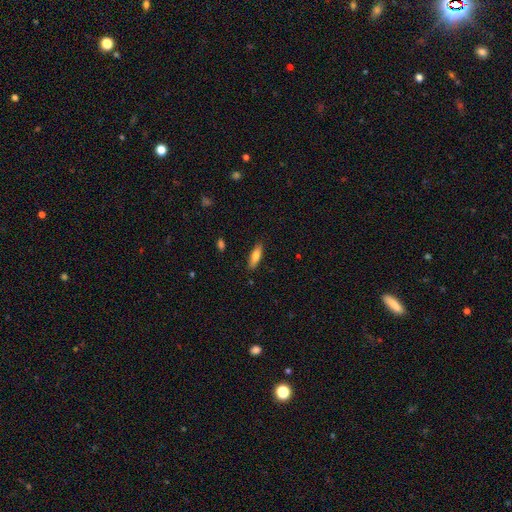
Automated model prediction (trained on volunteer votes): smooth-or-featured: smooth: 74% | featured or disk: 20% | star or artifact: 6%
  how-rounded: cigar-shaped: 55% | in between: 43% | round: 2%
  merging: none: 87% | minor disturbance: 10% | major disturbance: 2% | merger: 1%